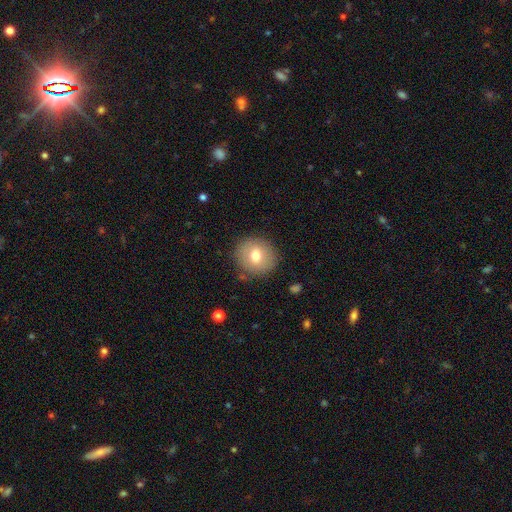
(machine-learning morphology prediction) A smooth galaxy with no disk features (72%) that is round (88%). Merging: none (87%).